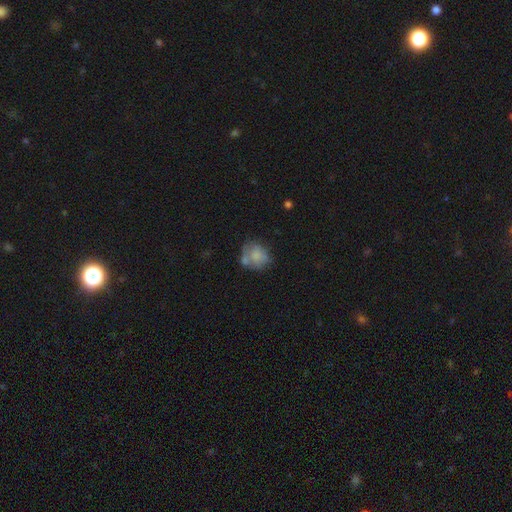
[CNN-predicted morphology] Smooth or featured? smooth (64%)
How rounded? round (65%)
Merging? none (42%)